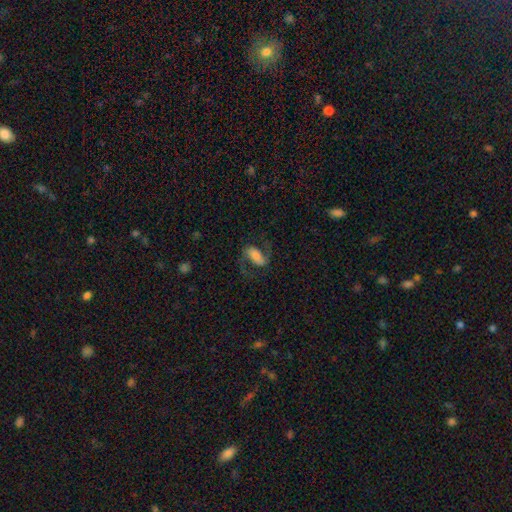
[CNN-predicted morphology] smooth-or-featured: featured or disk: 70% | smooth: 22% | star or artifact: 8%
  disk-edge-on: no: 95% | yes: 5%
    bar: strong: 46% | weak: 33% | no: 21%
    has-spiral-arms: yes: 93% | no: 7%
      spiral-winding: loose: 47% | medium: 44% | tight: 9%
      spiral-arm-count: 2: 91% | 1: 4% | can't tell: 3% | 3: 1% | 4: 1% | more than 4: 1%
    bulge-size: moderate: 35% | small: 28% | large: 21% | none: 11% | dominant: 4%
  merging: none: 70% | major disturbance: 14% | minor disturbance: 14% | merger: 2%